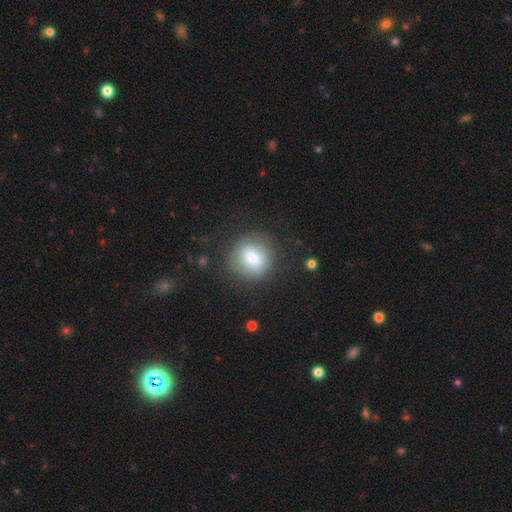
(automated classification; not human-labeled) Overall: smooth (68%). How rounded: round (77%). Merging: none (86%).